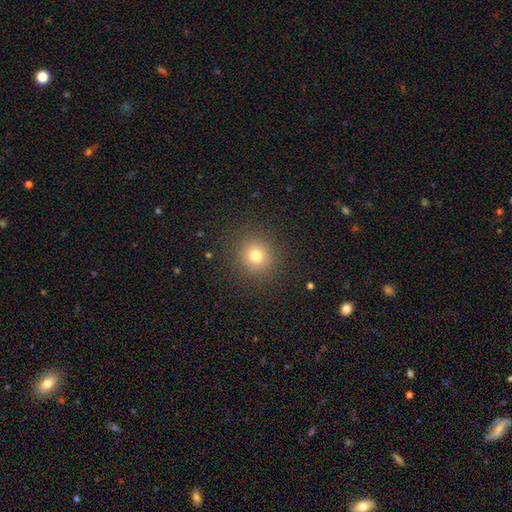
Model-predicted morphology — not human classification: smooth 77%, star or artifact 15%, featured or disk 8%. Down the decision tree: how rounded — round (92%); merging — none (91%).